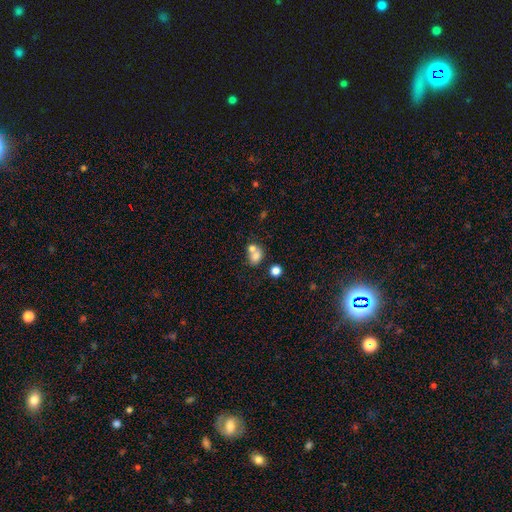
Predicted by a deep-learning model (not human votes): This appears to be a smooth galaxy with no disk features (73%) that is round (55%). Merging: merger (57%).